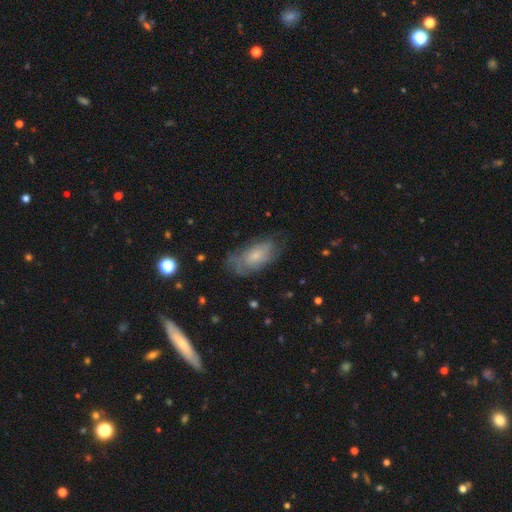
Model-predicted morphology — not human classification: Q: Smooth or featured?
A: smooth (51%); runner-up: featured or disk (41%)
Q: How rounded?
A: in between (89%); runner-up: cigar-shaped (7%)
Q: Merging?
A: none (58%); runner-up: minor disturbance (27%)